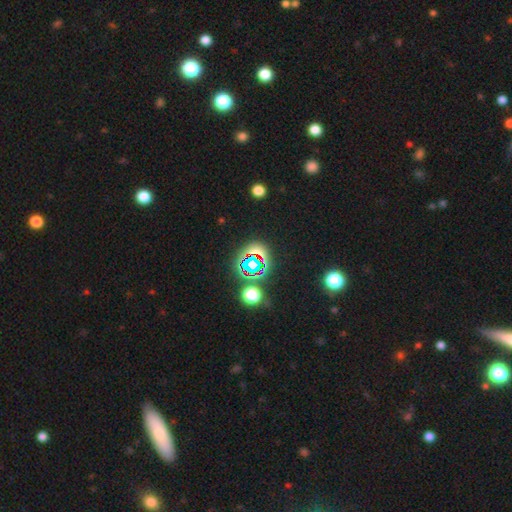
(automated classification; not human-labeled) smooth_or_featured: star or artifact (p=0.69) [alt: smooth p=0.21]